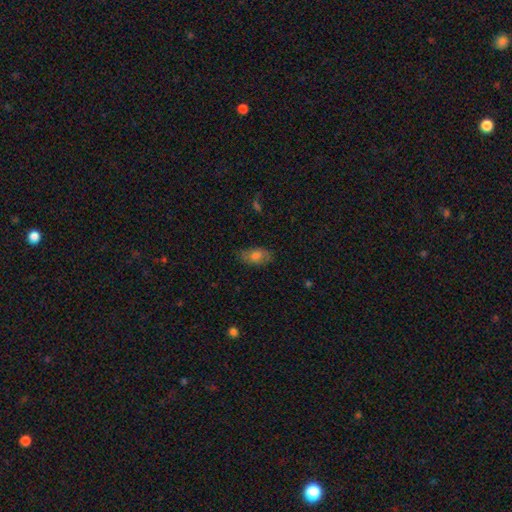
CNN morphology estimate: The model was most divided on "smooth or featured": smooth: 69%, featured or disk: 22%, star or artifact: 10%. More confident: how rounded — in between (89%); merging — none (75%).